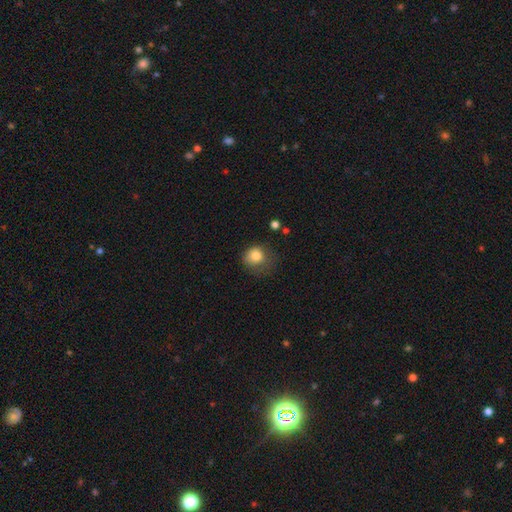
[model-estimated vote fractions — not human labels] Q: Smooth or featured?
A: smooth (81%); runner-up: star or artifact (10%)
Q: How rounded?
A: round (74%); runner-up: in between (25%)
Q: Merging?
A: none (45%); runner-up: minor disturbance (31%)